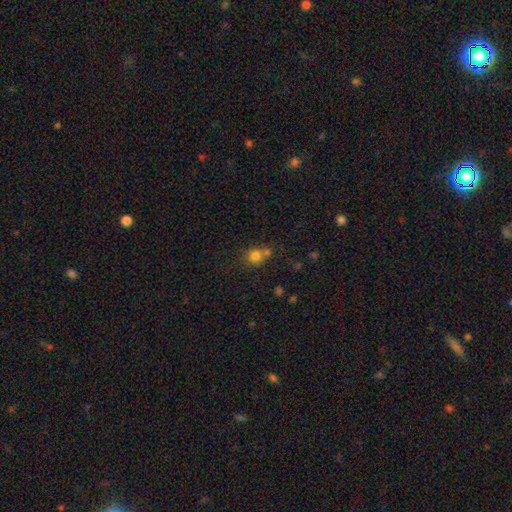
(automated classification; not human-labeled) Overall: smooth (78%). How rounded: round (79%). Merging: none (55%; merger 28%).